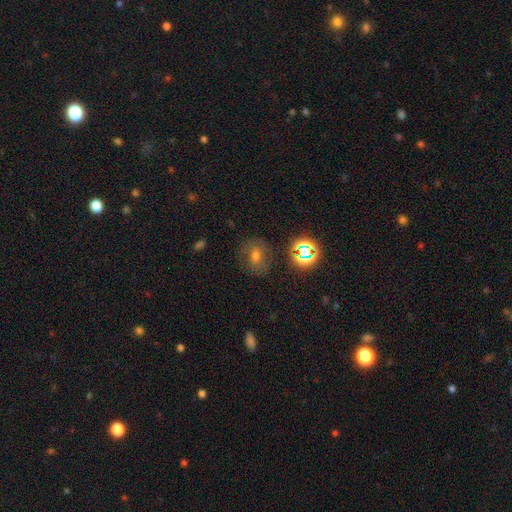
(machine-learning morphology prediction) A smooth galaxy with no disk features (48%).

Vote fractions:
- Smooth or featured? smooth: 48% / star or artifact: 27% / featured or disk: 24%
- Merging? none: 76% / minor disturbance: 15% / major disturbance: 6% / merger: 3%